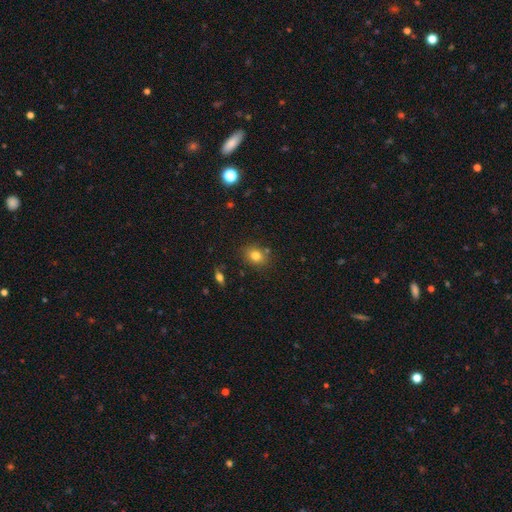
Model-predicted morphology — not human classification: This is likely a smooth galaxy (79%). How rounded: possibly round (51%). Merging: likely none (79%).